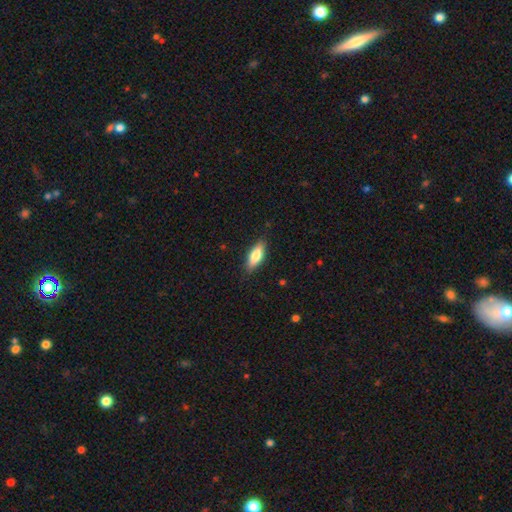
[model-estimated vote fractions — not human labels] A smooth galaxy with no disk features (75%) that is in between round and cigar-shaped (69%). Merging: none (84%).